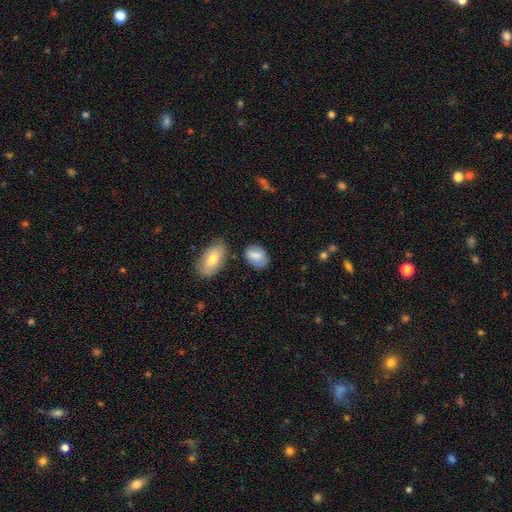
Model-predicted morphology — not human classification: smooth 75%, featured or disk 17%, star or artifact 8%. Down the decision tree: how rounded — in between (81%); merging — none (65%).